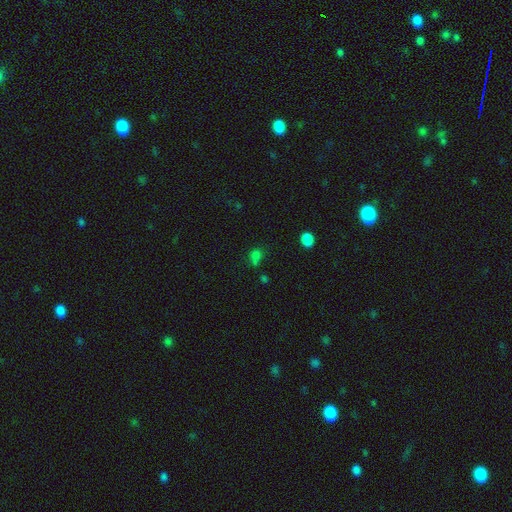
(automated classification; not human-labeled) smooth_or_featured: smooth (p=0.65) [alt: star or artifact p=0.27]
how_rounded: round (p=0.59) [alt: in between p=0.39]
merging: none (p=0.49) [alt: merger p=0.26]